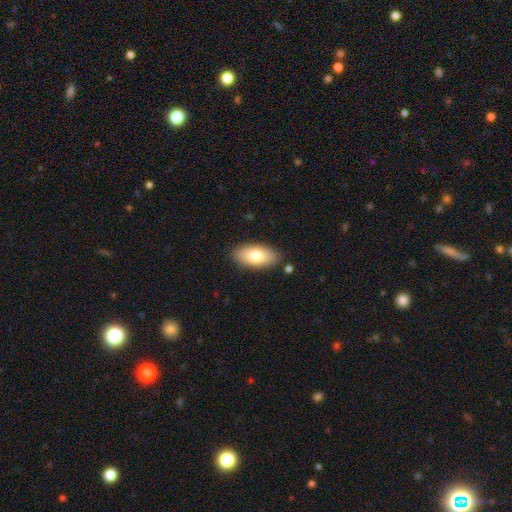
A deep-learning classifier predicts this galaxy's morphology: smooth-or-featured: smooth: 78% | featured or disk: 16% | star or artifact: 7%
  how-rounded: in between: 91% | cigar-shaped: 7% | round: 3%
  merging: none: 85% | minor disturbance: 10% | major disturbance: 2% | merger: 2%